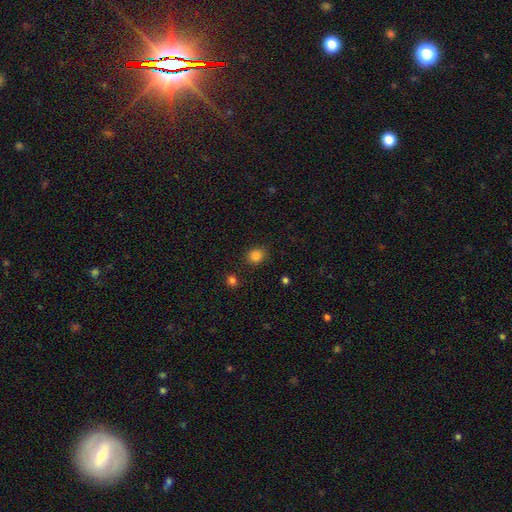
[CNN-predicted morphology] Smooth or featured: smooth — 84% (star or artifact — 12%)
How rounded: round — 68% (in between — 31%)
Merging: none — 83% (minor disturbance — 11%)